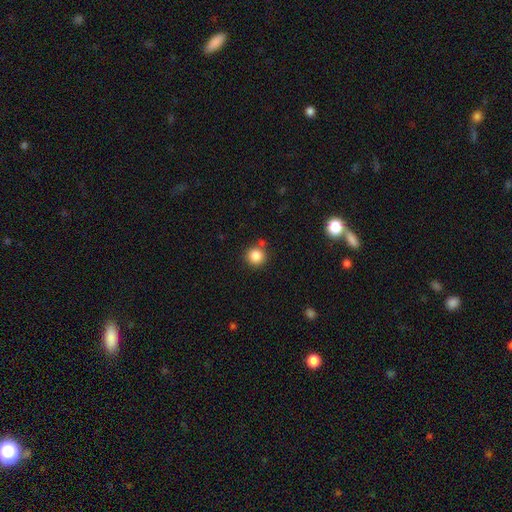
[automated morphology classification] smooth 85%, star or artifact 11%, featured or disk 4%. Down the decision tree: how rounded — round (94%); merging — none (79%).